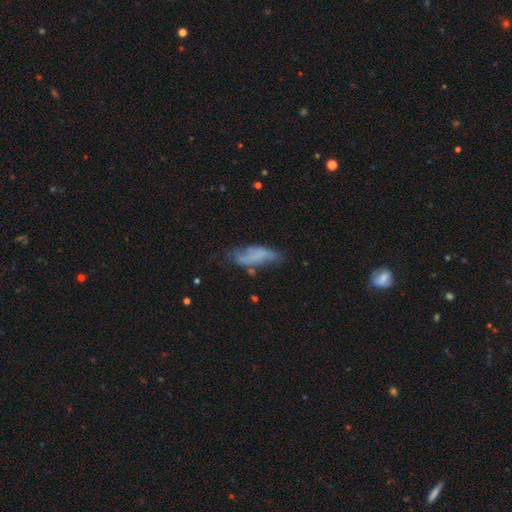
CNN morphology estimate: This appears to be a smooth galaxy with no disk features (51%) that is in between round and cigar-shaped (67%). Merging: none (41%).